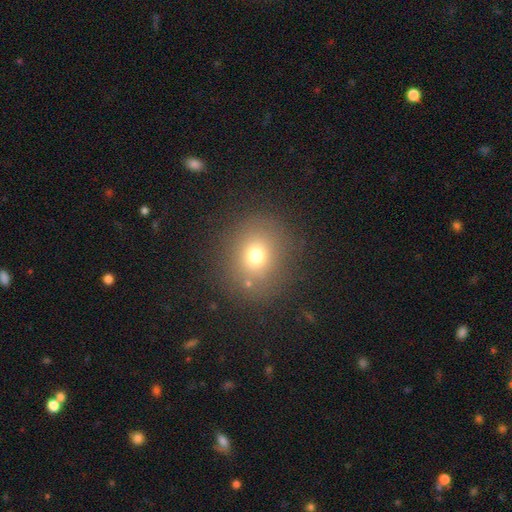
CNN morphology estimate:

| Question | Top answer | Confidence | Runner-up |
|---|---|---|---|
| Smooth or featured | smooth | 71% | star or artifact (17%) |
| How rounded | round | 76% | in between (23%) |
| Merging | none | 83% | minor disturbance (10%) |